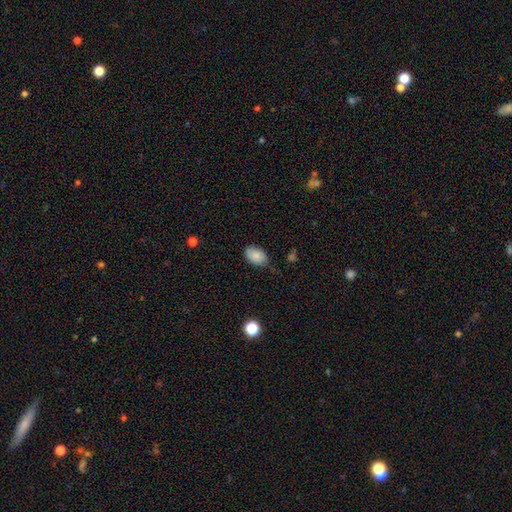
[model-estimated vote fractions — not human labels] smooth 86%, star or artifact 7%, featured or disk 7%. Down the decision tree: how rounded — in between (89%); merging — none (67%).